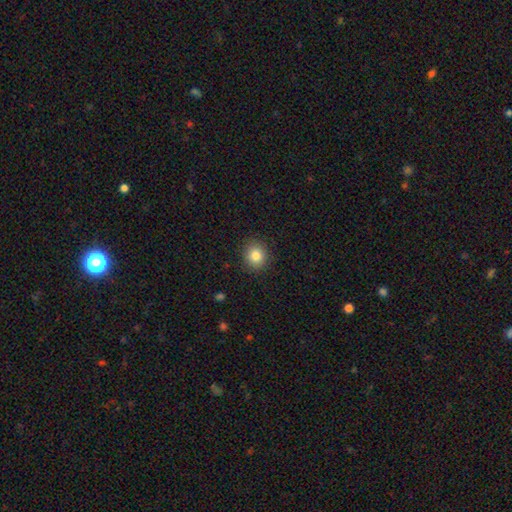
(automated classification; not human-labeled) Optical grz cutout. It shows a smooth galaxy with no disk features (83%) that is round (83%). Merging: none (90%).